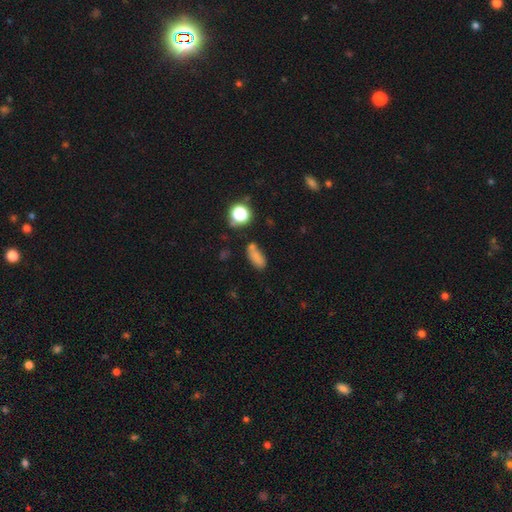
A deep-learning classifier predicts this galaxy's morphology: Smooth or featured? smooth (76%)
How rounded? in between (71%)
Merging? none (59%)